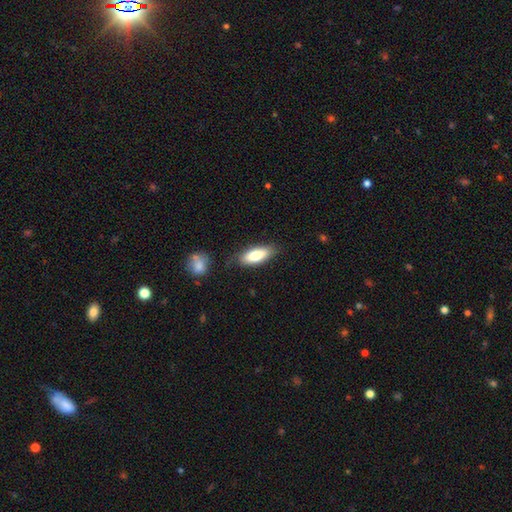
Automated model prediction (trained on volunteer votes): Smooth or featured?
  - smooth: 76% *
  - featured or disk: 18%
  - star or artifact: 6%
How rounded?
  - in between: 75% *
  - cigar-shaped: 23%
  - round: 2%
Merging?
  - none: 79% *
  - minor disturbance: 14%
  - major disturbance: 3%
  - merger: 3%